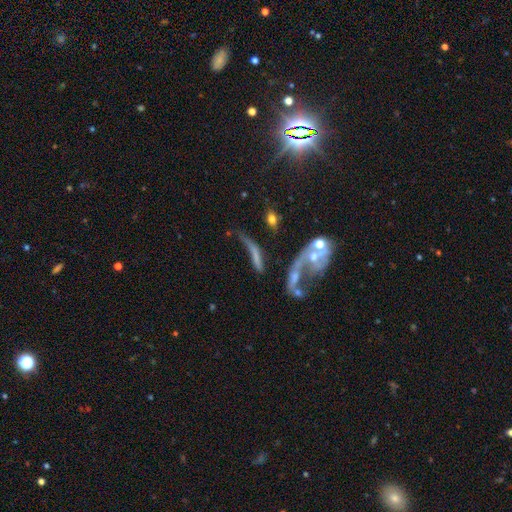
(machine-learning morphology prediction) Smooth or featured? featured or disk (48%)
Merging? merger (31%)